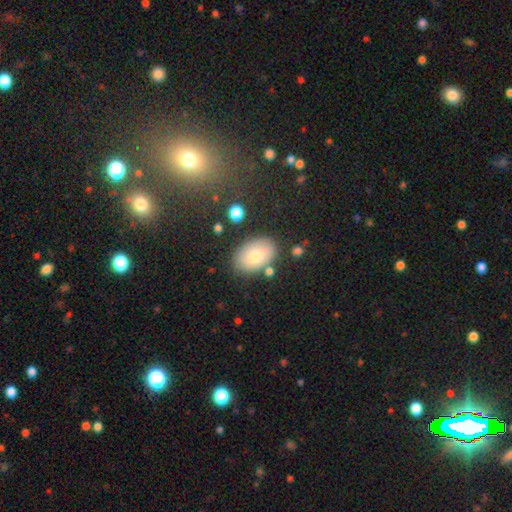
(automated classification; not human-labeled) A smooth galaxy with no disk features (76%) that is in between round and cigar-shaped (86%). Merging: none (78%).